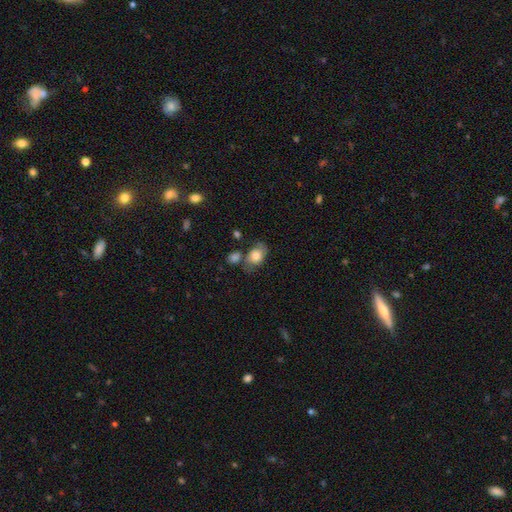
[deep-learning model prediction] smooth_or_featured: smooth (p=0.72) [alt: featured or disk p=0.20]
how_rounded: in between (p=0.71) [alt: round p=0.27]
merging: none (p=0.51) [alt: minor disturbance p=0.24]